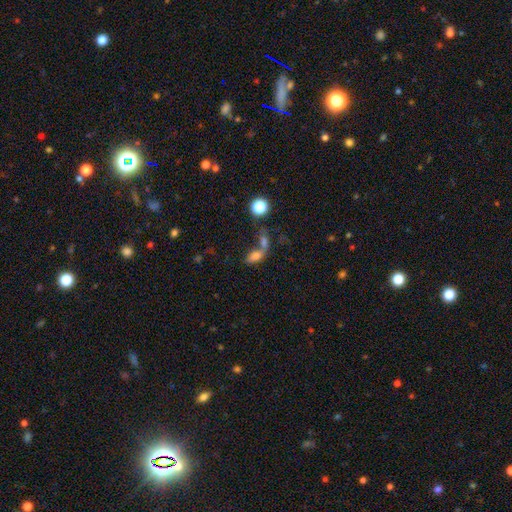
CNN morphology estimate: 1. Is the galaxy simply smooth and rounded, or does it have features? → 70% smooth, 17% featured or disk, 13% star or artifact.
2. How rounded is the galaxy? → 78% in between, 13% round, 9% cigar-shaped.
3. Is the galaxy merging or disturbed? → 60% merger, 23% none, 8% major disturbance, 8% minor disturbance.